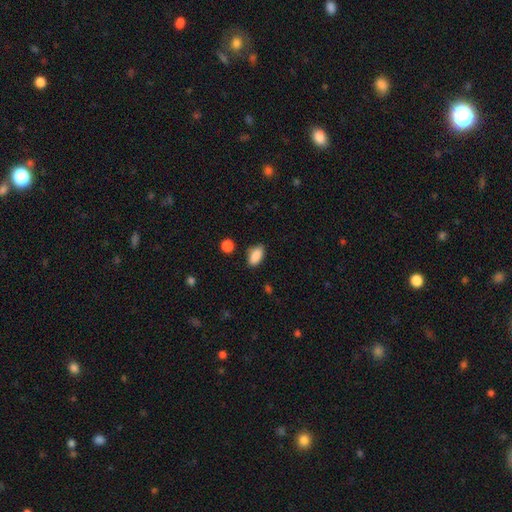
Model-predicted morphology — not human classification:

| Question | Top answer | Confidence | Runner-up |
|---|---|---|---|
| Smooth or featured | smooth | 88% | star or artifact (7%) |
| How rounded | in between | 91% | round (5%) |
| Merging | none | 81% | minor disturbance (14%) |